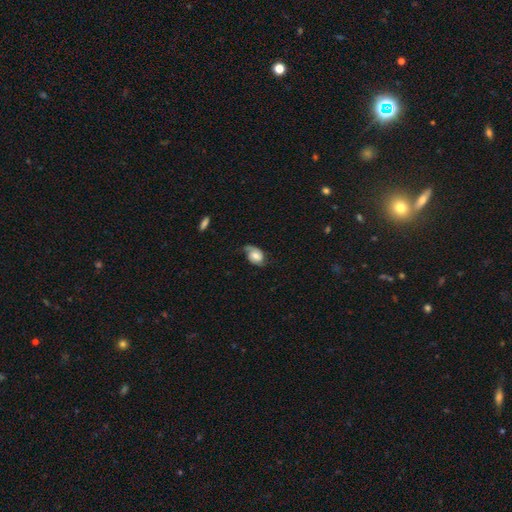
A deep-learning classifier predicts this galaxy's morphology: Smooth or featured?
  - featured or disk: 61% *
  - smooth: 32%
  - star or artifact: 8%
Edge-on disk?
  - no: 96% *
  - yes: 4%
Bar?
  - no: 66% *
  - weak: 28%
  - strong: 7%
Spiral arms?
  - yes: 90% *
  - no: 10%
Spiral winding?
  - medium: 40% *
  - loose: 32%
  - tight: 28%
Spiral arm count?
  - 2: 73% *
  - 1: 17%
  - can't tell: 7%
  - 3: 1%
  - 4: 1%
  - more than 4: 1%
Bulge size?
  - moderate: 53% *
  - small: 25%
  - large: 15%
  - none: 5%
  - dominant: 3%
Merging?
  - none: 59% *
  - minor disturbance: 26%
  - major disturbance: 13%
  - merger: 2%